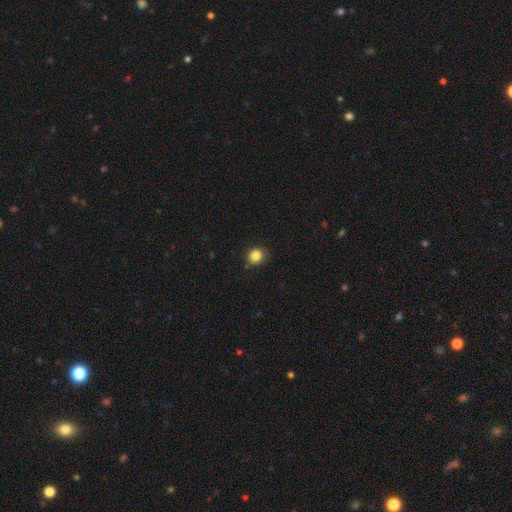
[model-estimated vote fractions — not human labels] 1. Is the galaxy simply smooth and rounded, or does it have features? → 85% smooth, 11% star or artifact, 5% featured or disk.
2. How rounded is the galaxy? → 84% round, 15% in between, 1% cigar-shaped.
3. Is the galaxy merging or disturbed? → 84% none, 13% minor disturbance, 3% major disturbance, 1% merger.